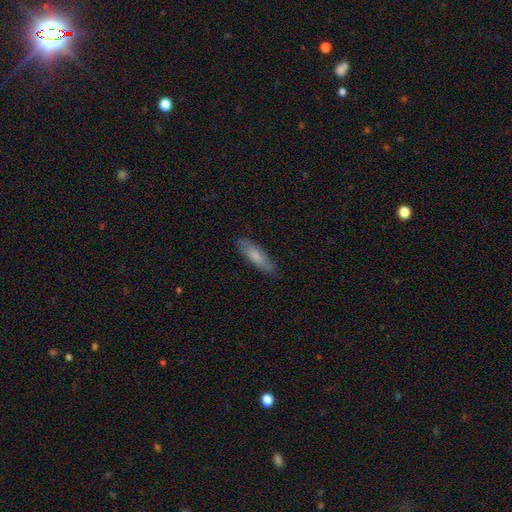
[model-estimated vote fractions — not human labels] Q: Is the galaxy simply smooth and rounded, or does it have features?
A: smooth — 71%.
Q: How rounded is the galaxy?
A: cigar-shaped — 57%.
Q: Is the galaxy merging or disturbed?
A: none — 80%.